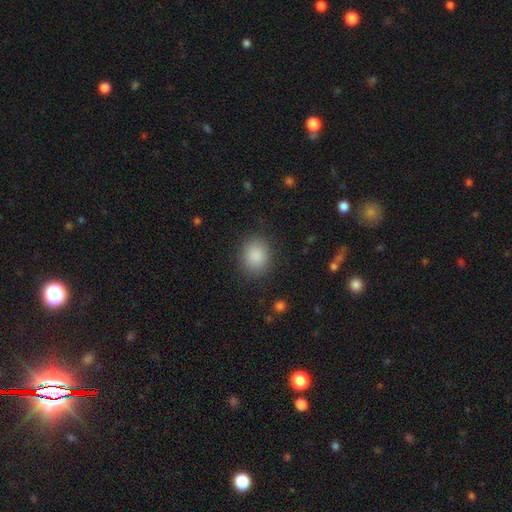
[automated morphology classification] smooth 88%, star or artifact 9%, featured or disk 4%. Down the decision tree: how rounded — round (67%); merging — none (87%).